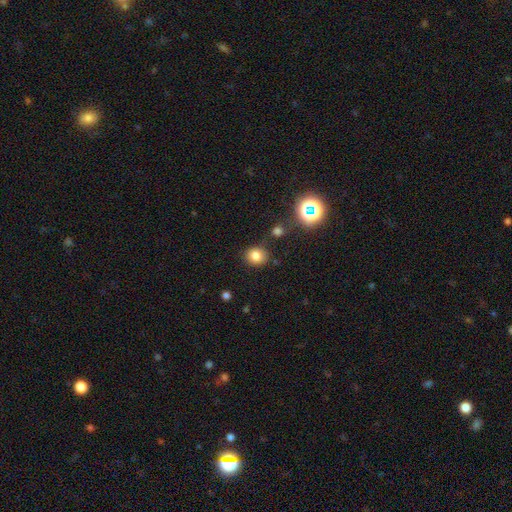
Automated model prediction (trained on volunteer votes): smooth_or_featured: smooth (p=0.78) [alt: star or artifact p=0.15]
how_rounded: round (p=0.77) [alt: in between p=0.22]
merging: none (p=0.82) [alt: minor disturbance p=0.11]